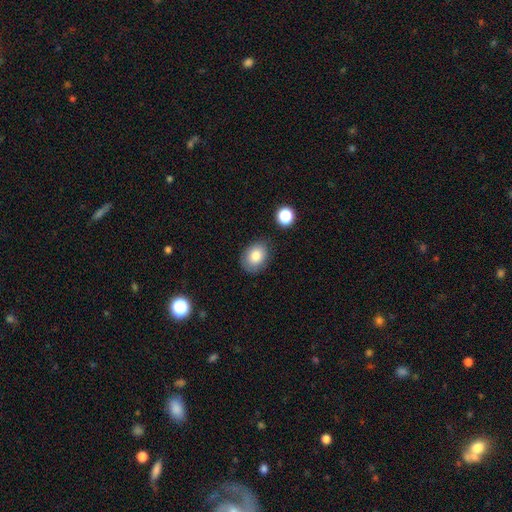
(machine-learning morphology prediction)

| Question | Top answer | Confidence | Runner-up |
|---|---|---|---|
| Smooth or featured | smooth | 82% | star or artifact (9%) |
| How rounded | in between | 57% | round (42%) |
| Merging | none | 81% | minor disturbance (13%) |